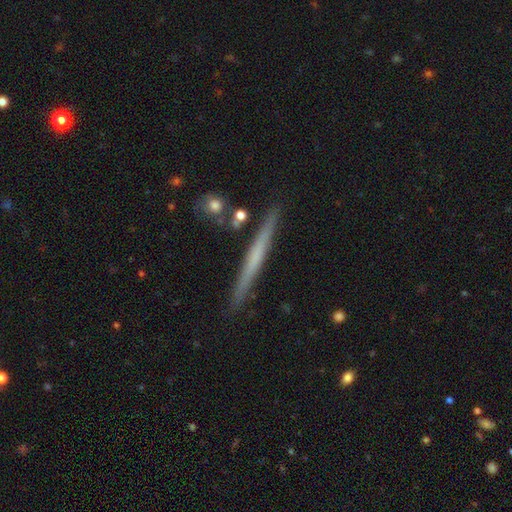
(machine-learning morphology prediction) Smooth or featured: featured or disk — 52% (smooth — 42%)
Edge-on disk: yes — 97% (no — 3%)
Edge-on bulge: none — 83% (rounded — 11%)
Merging: none — 89% (minor disturbance — 7%)